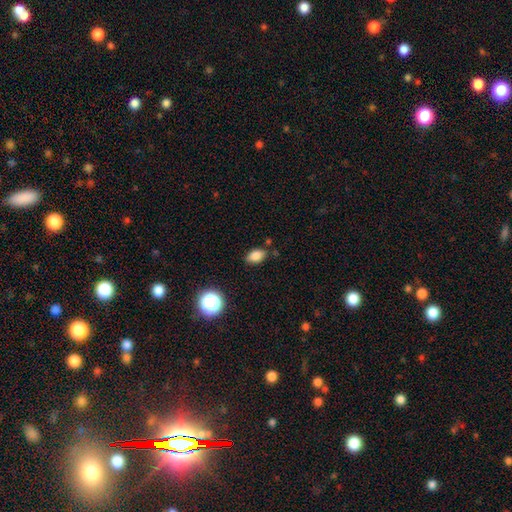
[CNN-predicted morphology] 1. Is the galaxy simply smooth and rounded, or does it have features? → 83% smooth, 11% star or artifact, 6% featured or disk.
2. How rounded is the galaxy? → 84% in between, 14% round, 2% cigar-shaped.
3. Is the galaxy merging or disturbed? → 81% none, 13% minor disturbance, 3% merger, 3% major disturbance.